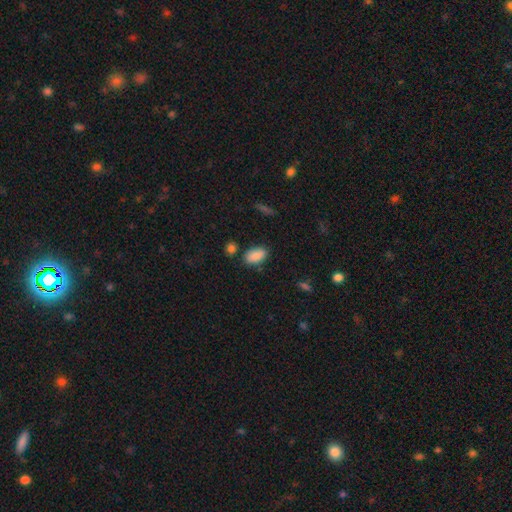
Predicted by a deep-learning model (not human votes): Morphology: type=smooth (88%); roundness=in between (93%); merging=none (81%).